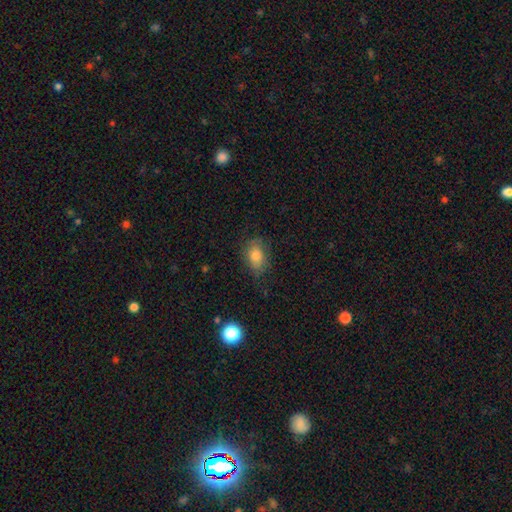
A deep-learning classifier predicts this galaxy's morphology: A smooth galaxy with no disk features (77%) that is in between round and cigar-shaped (83%).

Vote fractions:
- Smooth or featured? smooth: 77% / featured or disk: 13% / star or artifact: 10%
- How rounded? in between: 83% / round: 15% / cigar-shaped: 2%
- Merging? none: 70% / minor disturbance: 22% / major disturbance: 7% / merger: 1%